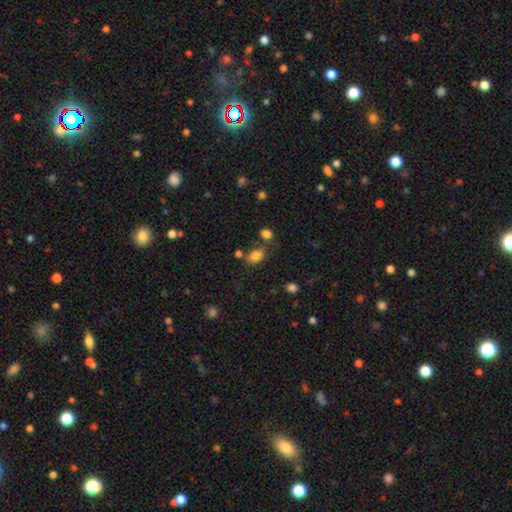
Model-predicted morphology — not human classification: Overall: smooth (83%). How rounded: in between (79%). Merging: none (67%).